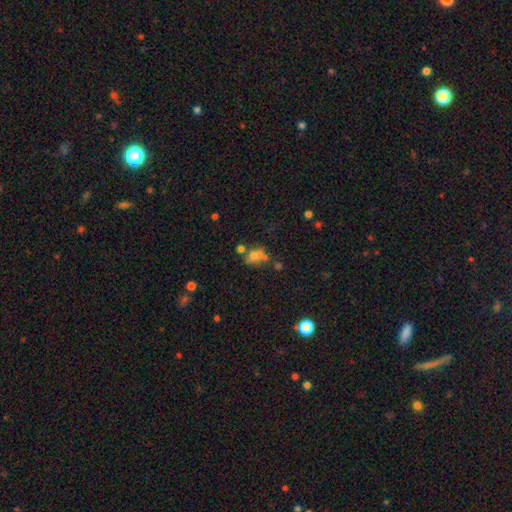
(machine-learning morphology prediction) A smooth galaxy with no disk features (55%) that is in between round and cigar-shaped (57%).

Vote fractions:
- Smooth or featured? smooth: 55% / featured or disk: 24% / star or artifact: 21%
- How rounded? in between: 57% / round: 40% / cigar-shaped: 3%
- Merging? none: 36% (tied) / merger: 36% (tied) / minor disturbance: 15% / major disturbance: 13%